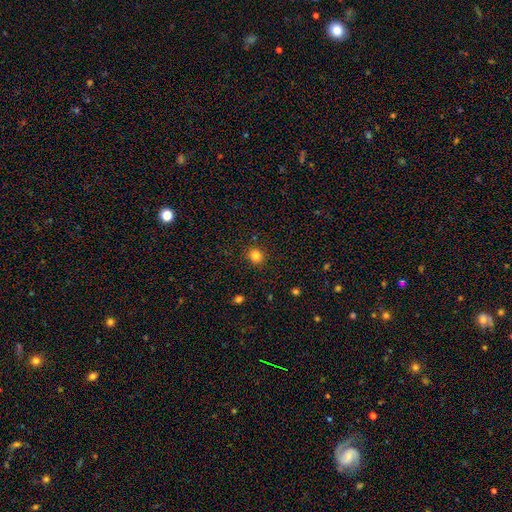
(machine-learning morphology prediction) Smooth or featured: smooth — 83% (star or artifact — 13%)
How rounded: round — 85% (in between — 14%)
Merging: none — 89% (minor disturbance — 7%)